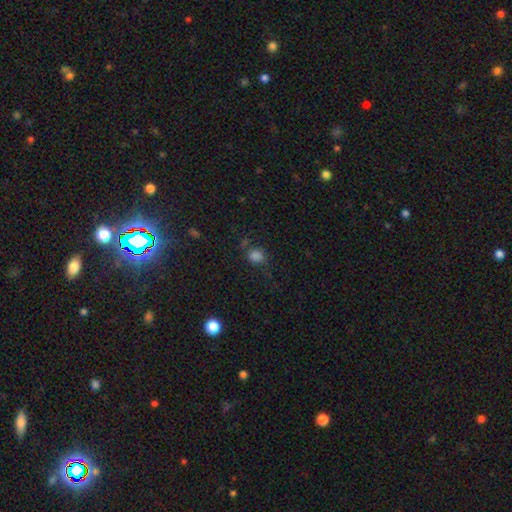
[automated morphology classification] Overall: smooth (78%). How rounded: round (67%; in between 32%). Merging: none (68%).